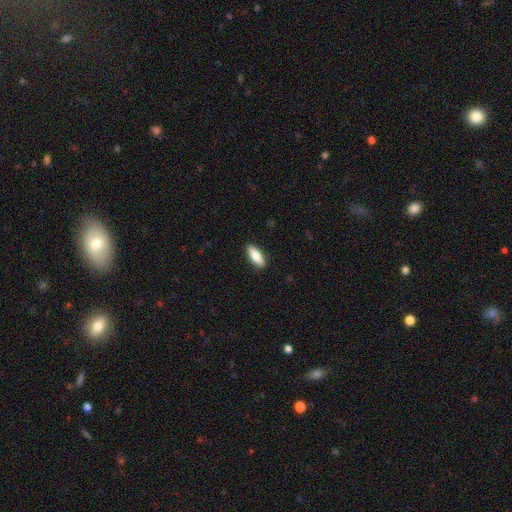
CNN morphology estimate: type=smooth (76%); roundness=in between (60%); merging=none (89%).